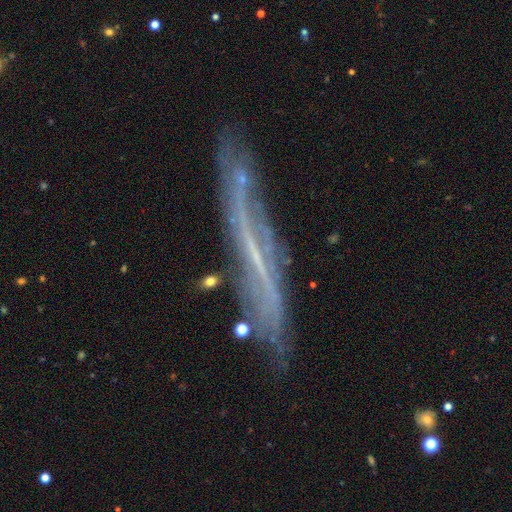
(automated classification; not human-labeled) Morphology: type=featured or disk (68%); edge-on=yes (68%); merging=none (69%).